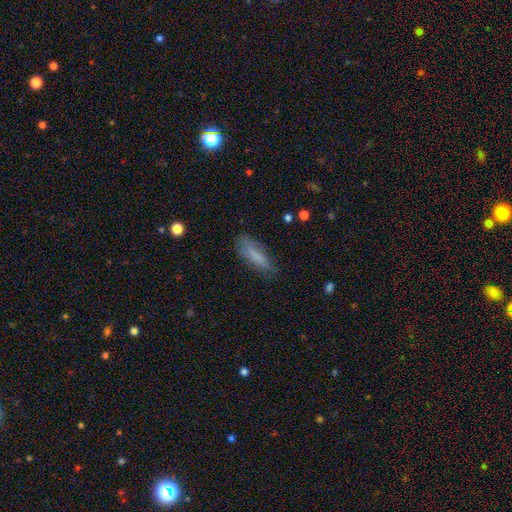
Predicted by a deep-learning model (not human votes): smooth-or-featured: smooth: 75% | featured or disk: 17% | star or artifact: 8%
  how-rounded: in between: 51% | cigar-shaped: 47% | round: 2%
  merging: none: 68% | minor disturbance: 23% | major disturbance: 7% | merger: 2%